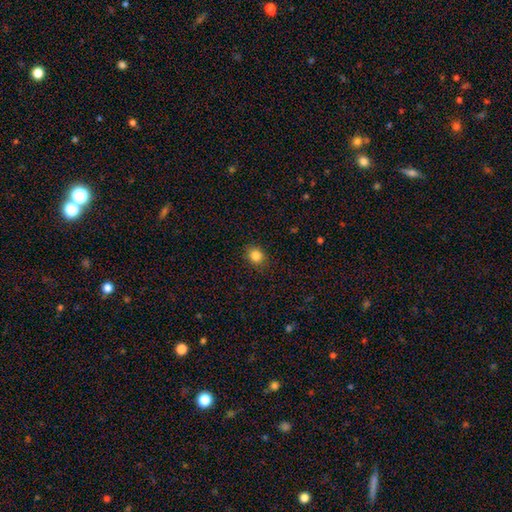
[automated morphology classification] smooth-or-featured: smooth: 85% | star or artifact: 11% | featured or disk: 5%
  how-rounded: round: 71% | in between: 28% | cigar-shaped: 1%
  merging: none: 89% | minor disturbance: 8% | major disturbance: 2% | merger: 1%